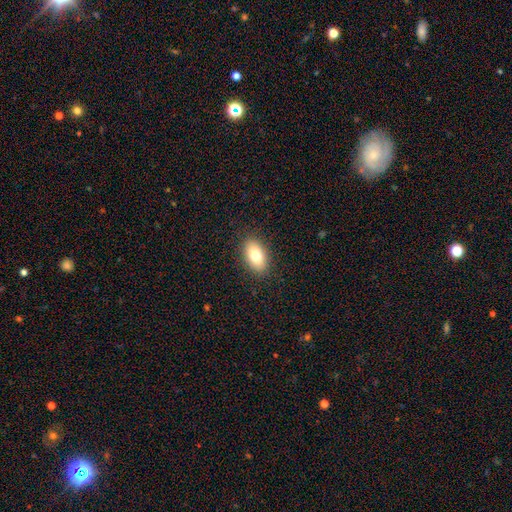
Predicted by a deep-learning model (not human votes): smooth_or_featured: smooth (p=0.77) [alt: featured or disk p=0.15]
how_rounded: in between (p=0.91) [alt: round p=0.07]
merging: none (p=0.88) [alt: minor disturbance p=0.08]